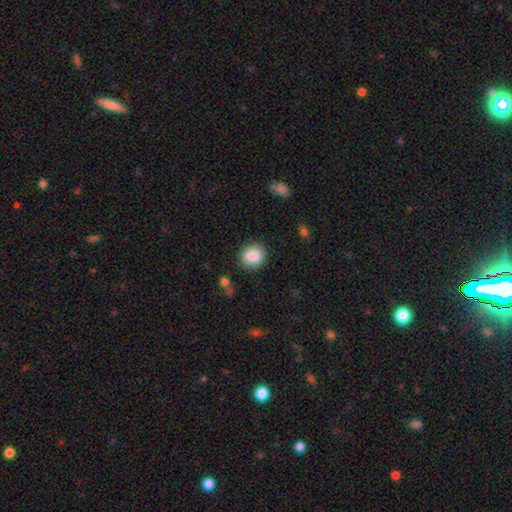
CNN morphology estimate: Smooth or featured?
  - smooth: 82% *
  - featured or disk: 9%
  - star or artifact: 8%
How rounded?
  - round: 66% *
  - in between: 33%
  - cigar-shaped: 1%
Merging?
  - none: 79% *
  - minor disturbance: 14%
  - major disturbance: 4%
  - merger: 4%